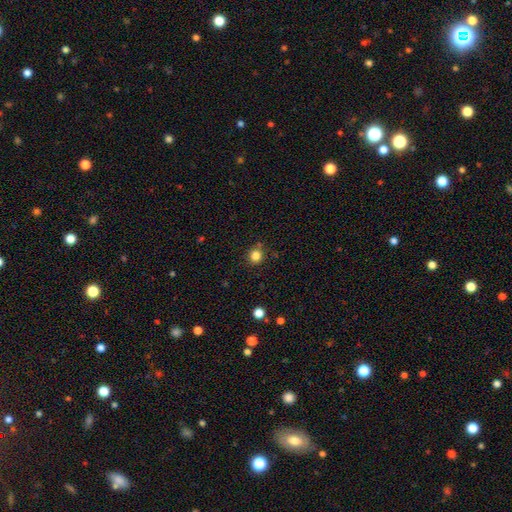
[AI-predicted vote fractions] Morphology: type=smooth (83%); roundness=round (91%); merging=none (83%).